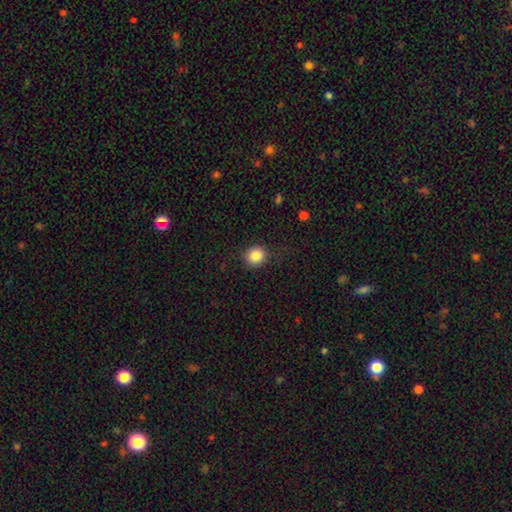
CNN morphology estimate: Smooth or featured: smooth — 86% (star or artifact — 10%)
How rounded: round — 85% (in between — 14%)
Merging: none — 87% (minor disturbance — 9%)